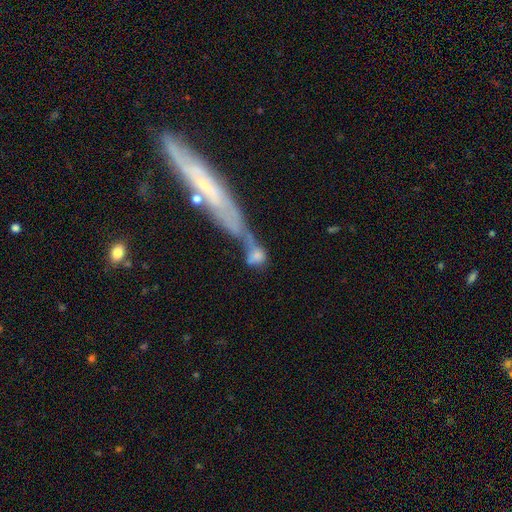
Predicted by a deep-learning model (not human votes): Overall: smooth (61%; featured or disk 26%). How rounded: in between (51%; round 34%). Merging: merger (54%; none 18%).